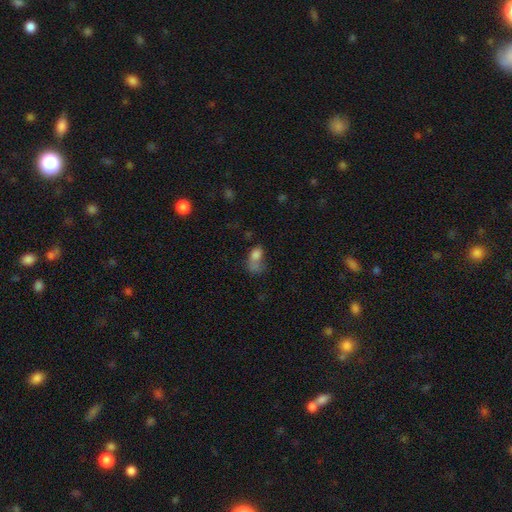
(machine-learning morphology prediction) smooth 72%, featured or disk 15%, star or artifact 13%. Down the decision tree: how rounded — in between (77%); merging — major disturbance (31%).